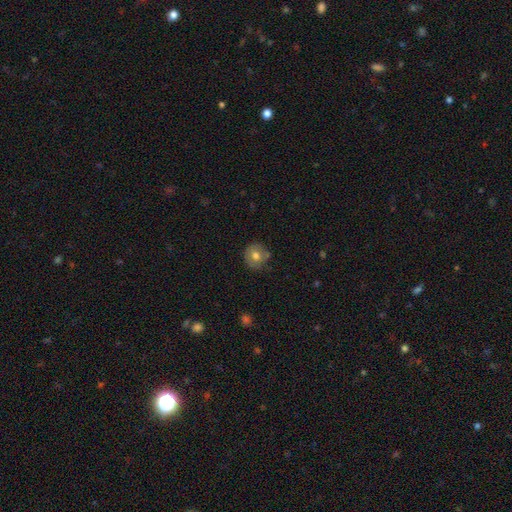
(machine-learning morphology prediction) smooth-or-featured: smooth: 72% | featured or disk: 18% | star or artifact: 9%
  how-rounded: round: 88% | in between: 11% | cigar-shaped: 1%
  merging: none: 78% | minor disturbance: 14% | merger: 4% | major disturbance: 3%